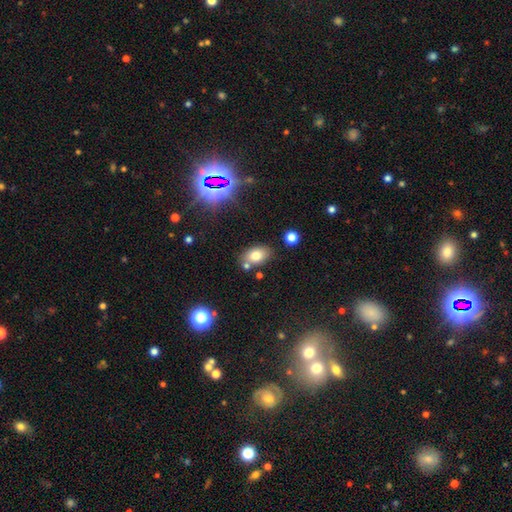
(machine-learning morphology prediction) Smooth or featured? Predicted: smooth (p=0.76). How rounded? Predicted: in between (p=0.84). Merging? Predicted: none (p=0.71).